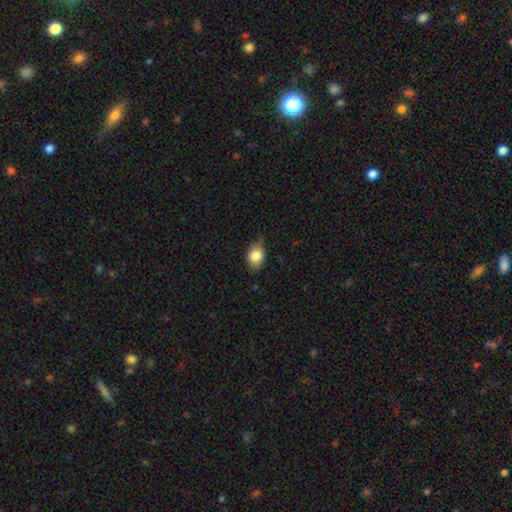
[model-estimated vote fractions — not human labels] Q: Smooth or featured?
A: smooth (83%); runner-up: featured or disk (9%)
Q: How rounded?
A: in between (71%); runner-up: round (28%)
Q: Merging?
A: none (63%); runner-up: minor disturbance (31%)